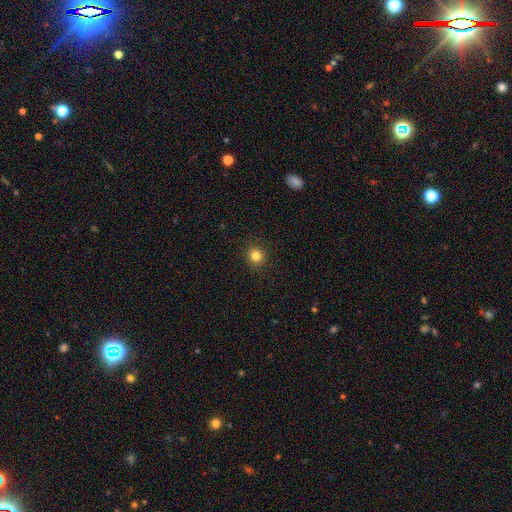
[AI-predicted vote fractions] This is clearly a smooth galaxy (82%). How rounded: clearly round (93%). Merging: clearly none (92%).